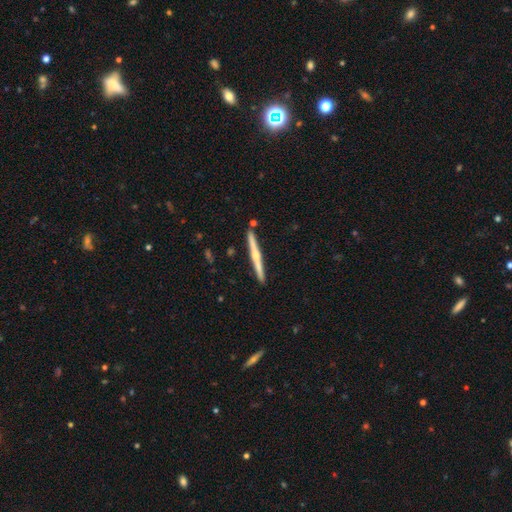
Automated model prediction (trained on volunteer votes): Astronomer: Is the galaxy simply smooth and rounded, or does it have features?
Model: featured or disk — 66%.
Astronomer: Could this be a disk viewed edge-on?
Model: yes — 98%.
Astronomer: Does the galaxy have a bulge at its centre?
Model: rounded — 72%.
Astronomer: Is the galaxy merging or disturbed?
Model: none — 90%.